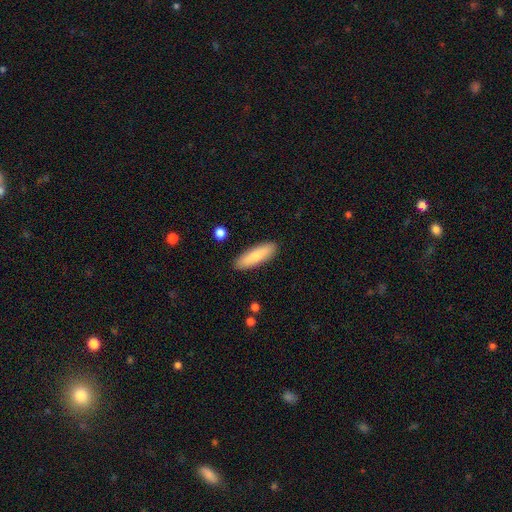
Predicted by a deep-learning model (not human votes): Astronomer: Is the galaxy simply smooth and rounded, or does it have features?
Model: smooth — 77%.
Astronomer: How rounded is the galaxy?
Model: cigar-shaped — 56% (runner-up: in between, 42%).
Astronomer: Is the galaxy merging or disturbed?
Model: none — 89%.